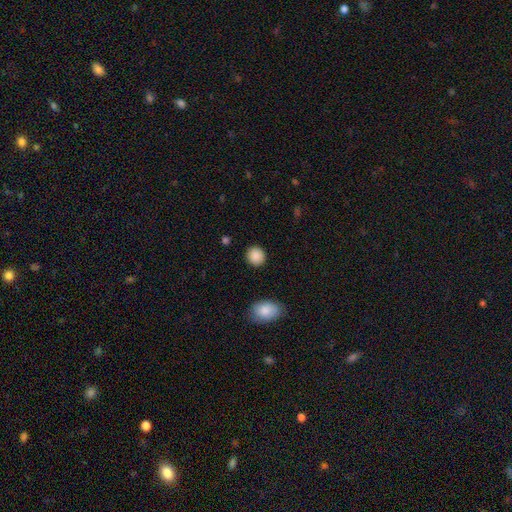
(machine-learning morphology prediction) Smooth or featured: smooth — 89% (star or artifact — 8%)
How rounded: round — 85% (in between — 14%)
Merging: none — 89% (minor disturbance — 7%)